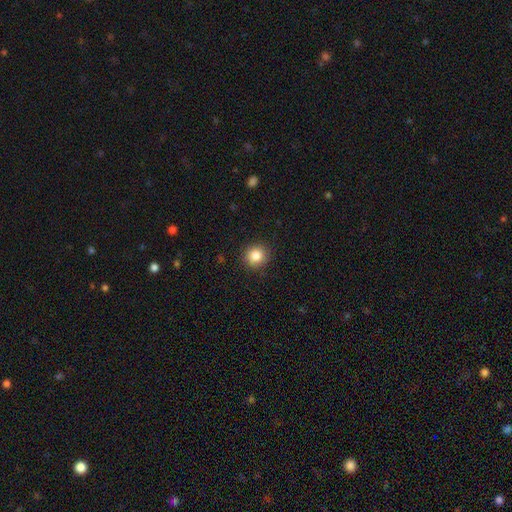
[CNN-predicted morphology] Q: Smooth or featured?
A: smooth (85%); runner-up: star or artifact (10%)
Q: How rounded?
A: round (90%); runner-up: in between (9%)
Q: Merging?
A: none (91%); runner-up: minor disturbance (6%)